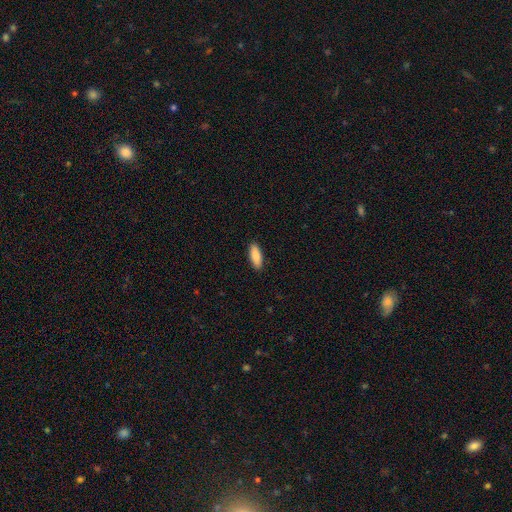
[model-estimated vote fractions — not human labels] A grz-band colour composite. It shows a smooth galaxy with no disk features (88%) that is in between round and cigar-shaped (71%). Merging: none (90%).